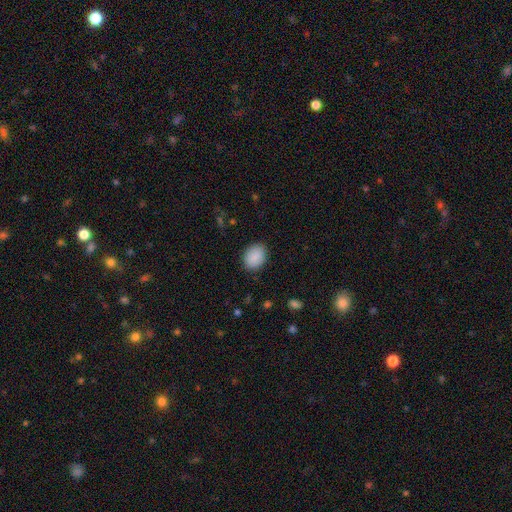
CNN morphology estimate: Smooth or featured? Predicted: smooth (p=0.90). How rounded? Predicted: in between (p=0.70). Merging? Predicted: none (p=0.87).